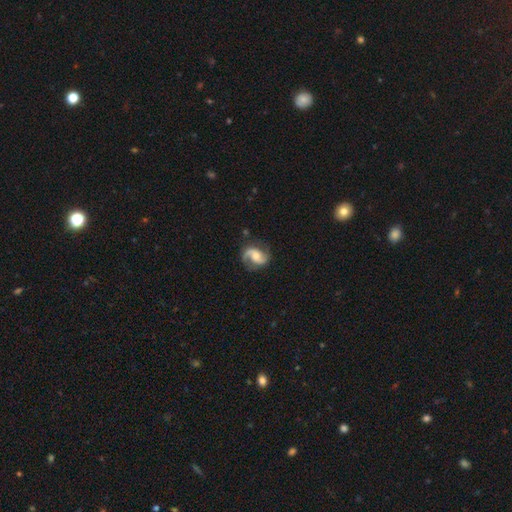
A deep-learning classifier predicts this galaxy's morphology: smooth-or-featured: featured or disk: 84% | smooth: 10% | star or artifact: 6%
  disk-edge-on: no: 98% | yes: 2%
    bar: no: 50% | weak: 39% | strong: 11%
    has-spiral-arms: yes: 97% | no: 3%
      spiral-winding: medium: 46% | loose: 40% | tight: 14%
      spiral-arm-count: 2: 85% | 1: 10% | can't tell: 3% | 3: 1% | 4: 1% | more than 4: 1%
    bulge-size: moderate: 53% | small: 29% | large: 9% | none: 7% | dominant: 2%
  merging: none: 74% | minor disturbance: 17% | major disturbance: 7% | merger: 2%